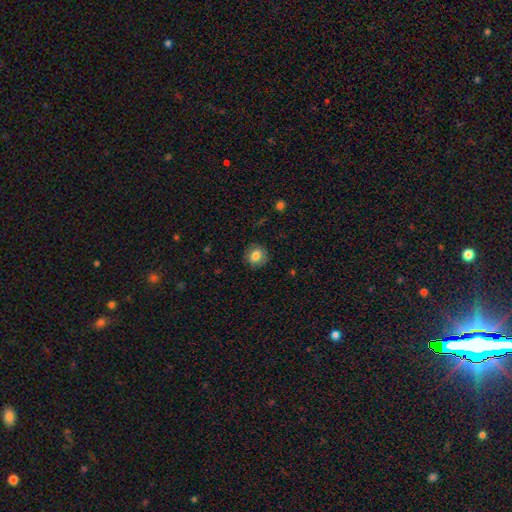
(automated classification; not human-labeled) A smooth galaxy with no disk features (80%) that is round (83%).

Vote fractions:
- Smooth or featured? smooth: 80% / featured or disk: 11% / star or artifact: 9%
- How rounded? round: 83% / in between: 16% / cigar-shaped: 1%
- Merging? none: 86% / minor disturbance: 10% / major disturbance: 3% / merger: 1%